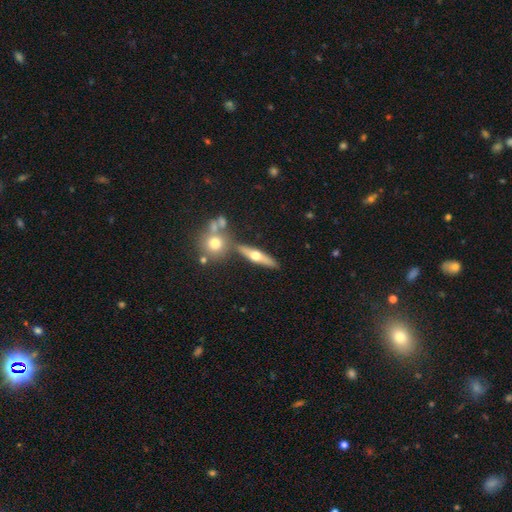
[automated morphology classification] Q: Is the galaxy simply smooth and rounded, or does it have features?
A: featured or disk — 58%.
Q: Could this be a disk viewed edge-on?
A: yes — 91%.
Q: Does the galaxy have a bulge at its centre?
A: rounded — 94%.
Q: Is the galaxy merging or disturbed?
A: none — 75%.